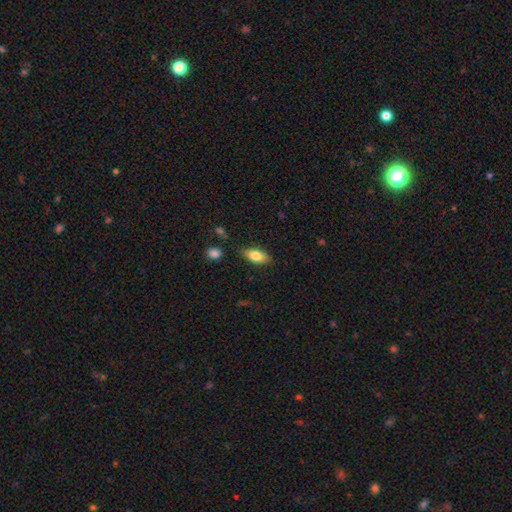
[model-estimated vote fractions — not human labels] Smooth or featured: smooth — 80% (featured or disk — 13%)
How rounded: in between — 88% (cigar-shaped — 8%)
Merging: none — 82% (minor disturbance — 13%)